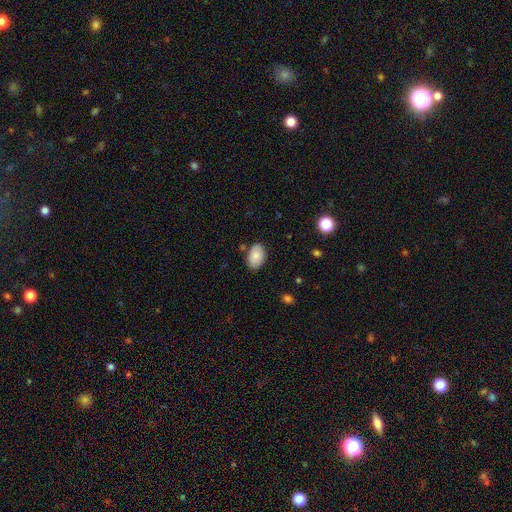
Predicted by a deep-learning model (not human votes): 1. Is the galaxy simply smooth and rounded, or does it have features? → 85% smooth, 8% featured or disk, 7% star or artifact.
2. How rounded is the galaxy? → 90% in between, 9% round, 1% cigar-shaped.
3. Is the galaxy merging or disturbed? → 81% none, 14% minor disturbance, 3% major disturbance, 3% merger.